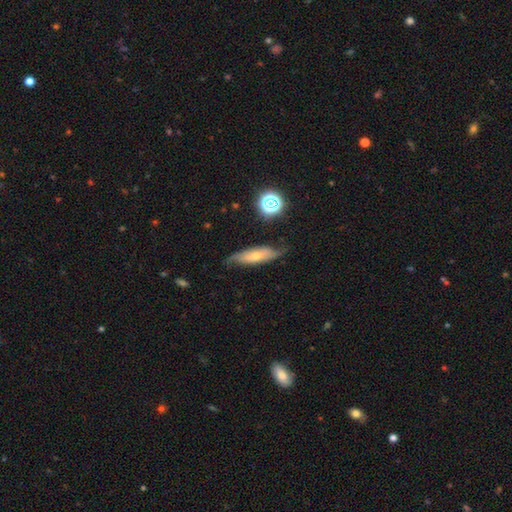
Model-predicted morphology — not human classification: A featured or disk galaxy (50%). Merging: none (63%).